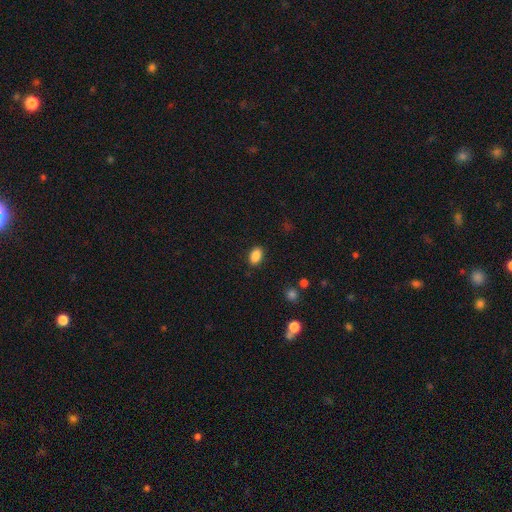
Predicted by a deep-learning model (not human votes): smooth-or-featured: smooth: 87% | star or artifact: 9% | featured or disk: 4%
  how-rounded: in between: 87% | round: 11% | cigar-shaped: 2%
  merging: none: 88% | minor disturbance: 9% | major disturbance: 2% | merger: 1%